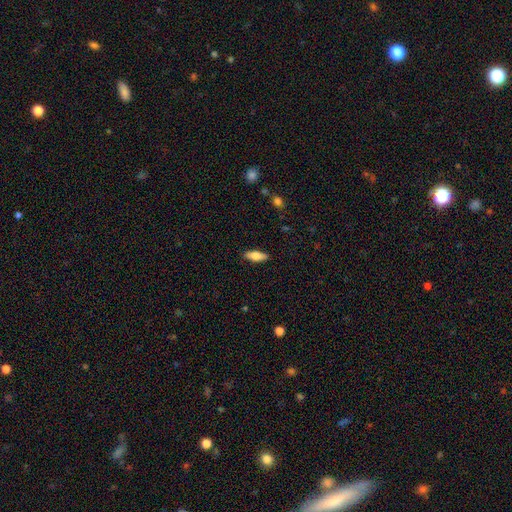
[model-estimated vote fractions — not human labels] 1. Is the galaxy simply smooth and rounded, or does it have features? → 73% smooth, 21% featured or disk, 6% star or artifact.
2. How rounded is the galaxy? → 66% in between, 31% cigar-shaped, 2% round.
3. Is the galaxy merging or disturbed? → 89% none, 9% minor disturbance, 2% major disturbance, 1% merger.